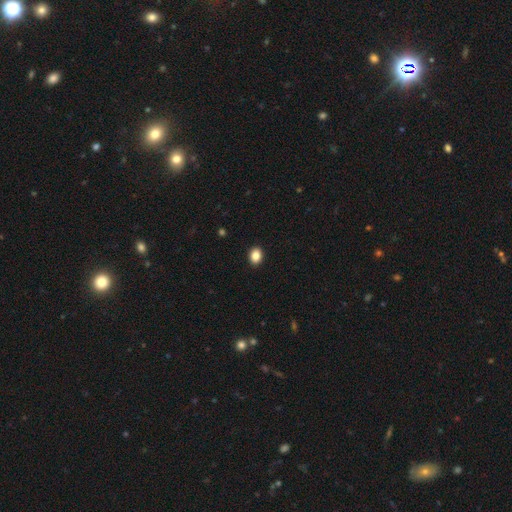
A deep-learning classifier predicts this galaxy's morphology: Smooth or featured?
  - smooth: 87% *
  - star or artifact: 9%
  - featured or disk: 4%
How rounded?
  - in between: 58% *
  - round: 41%
  - cigar-shaped: 1%
Merging?
  - none: 92% *
  - minor disturbance: 6%
  - major disturbance: 2%
  - merger: 1%